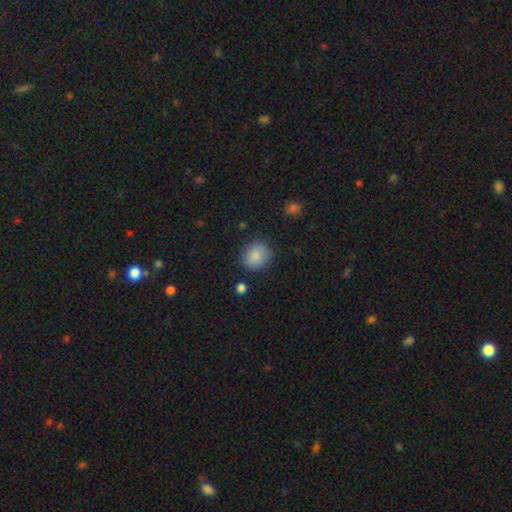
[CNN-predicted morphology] This appears to be a smooth galaxy with no disk features (87%) that is round (72%). Merging: none (84%).